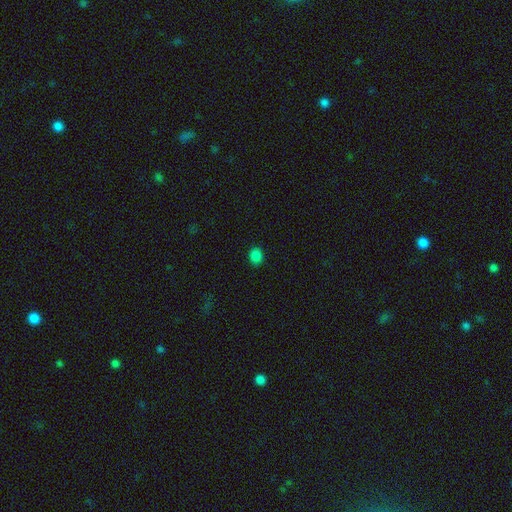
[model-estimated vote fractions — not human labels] A smooth galaxy with no disk features (84%) that is round (58%). Merging: none (90%).